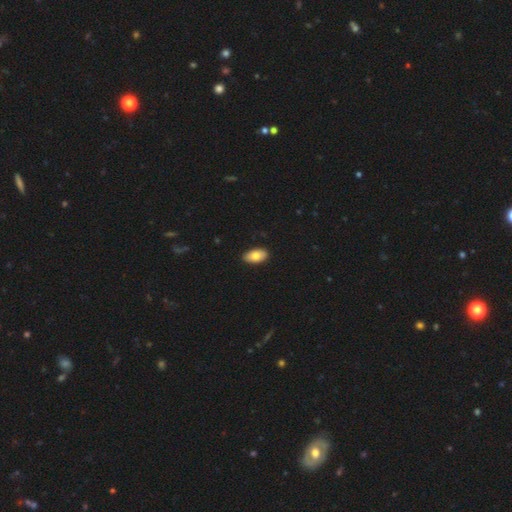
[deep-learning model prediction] Smooth or featured?
  - smooth: 80% *
  - featured or disk: 14%
  - star or artifact: 6%
How rounded?
  - in between: 94% *
  - round: 4%
  - cigar-shaped: 3%
Merging?
  - none: 88% *
  - minor disturbance: 9%
  - major disturbance: 1%
  - merger: 1%